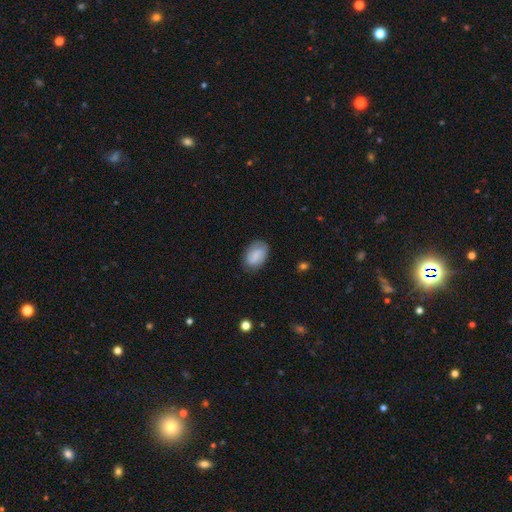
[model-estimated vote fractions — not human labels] This appears to be a smooth galaxy with no disk features (69%) that is in between round and cigar-shaped (87%). Merging: none (78%).